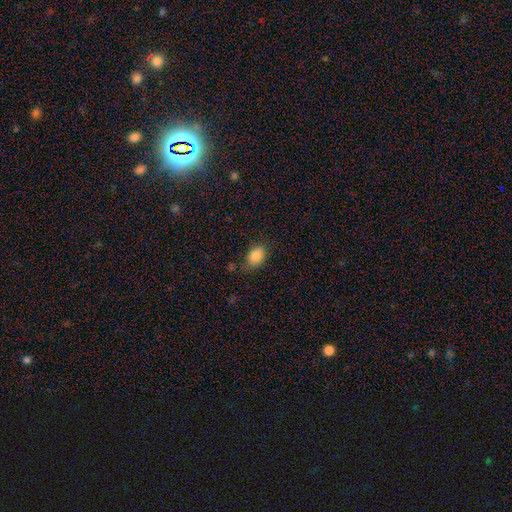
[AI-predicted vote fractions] Smooth or featured?
  - smooth: 87% *
  - star or artifact: 8%
  - featured or disk: 5%
How rounded?
  - in between: 82% *
  - round: 16%
  - cigar-shaped: 1%
Merging?
  - none: 68% *
  - minor disturbance: 23%
  - major disturbance: 6%
  - merger: 3%